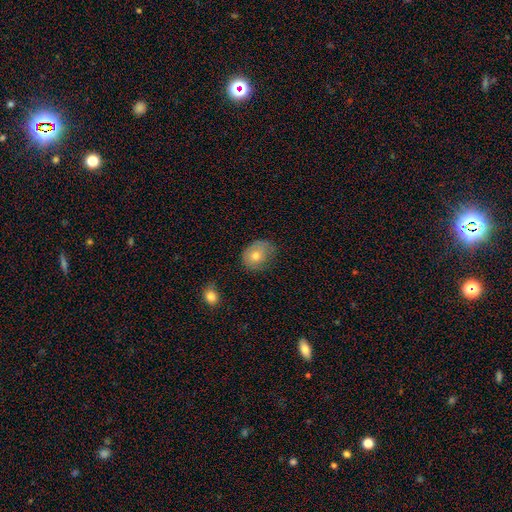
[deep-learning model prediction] Smooth or featured? smooth (72%)
How rounded? round (54%)
Merging? none (54%)